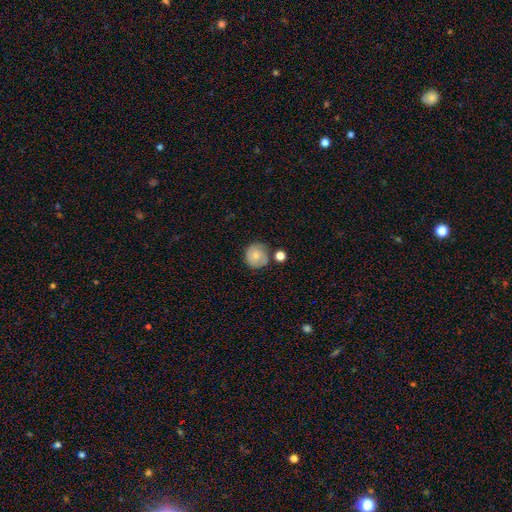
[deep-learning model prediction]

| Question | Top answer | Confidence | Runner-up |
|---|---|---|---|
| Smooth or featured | smooth | 57% | featured or disk (34%) |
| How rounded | round | 88% | in between (11%) |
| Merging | none | 67% | minor disturbance (18%) |